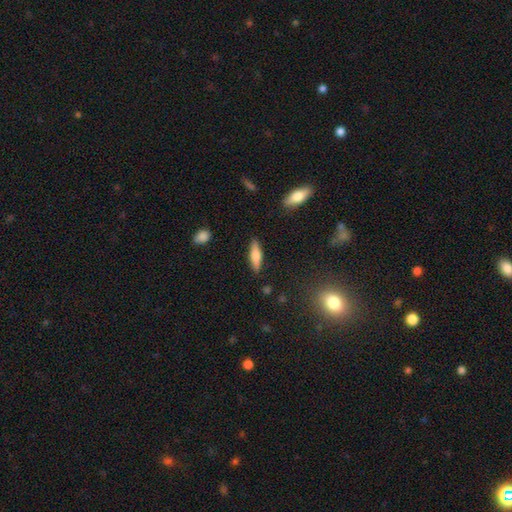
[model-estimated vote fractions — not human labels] Morphology: type=smooth (68%); roundness=cigar-shaped (62%); merging=none (87%).